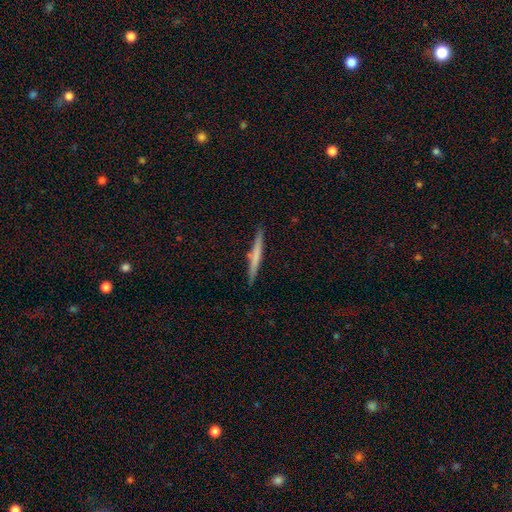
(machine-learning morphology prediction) Smooth or featured: smooth — 55% (featured or disk — 39%)
How rounded: cigar-shaped — 96% (in between — 2%)
Merging: none — 89% (minor disturbance — 8%)